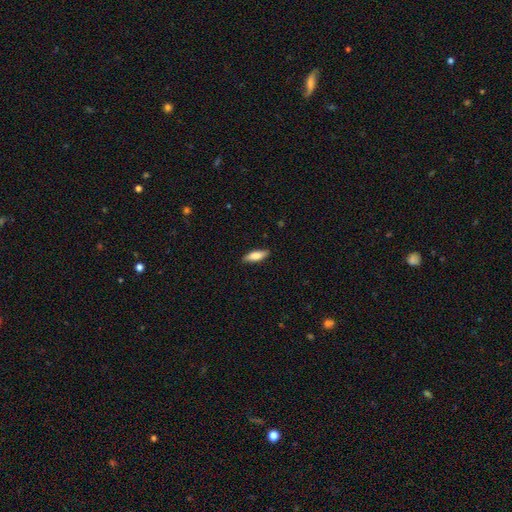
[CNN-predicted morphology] A smooth galaxy with no disk features (78%) that is in between round and cigar-shaped (56%).

Vote fractions:
- Smooth or featured? smooth: 78% / featured or disk: 16% / star or artifact: 6%
- How rounded? in between: 56% / cigar-shaped: 42% / round: 2%
- Merging? none: 87% / minor disturbance: 10% / major disturbance: 2% / merger: 1%